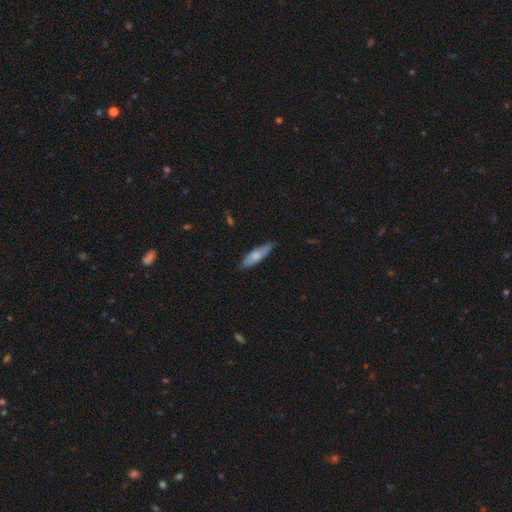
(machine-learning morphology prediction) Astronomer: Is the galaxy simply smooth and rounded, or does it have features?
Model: smooth — 71%.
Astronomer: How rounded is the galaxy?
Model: cigar-shaped — 61% (runner-up: in between, 38%).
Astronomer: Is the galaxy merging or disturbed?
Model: none — 83%.